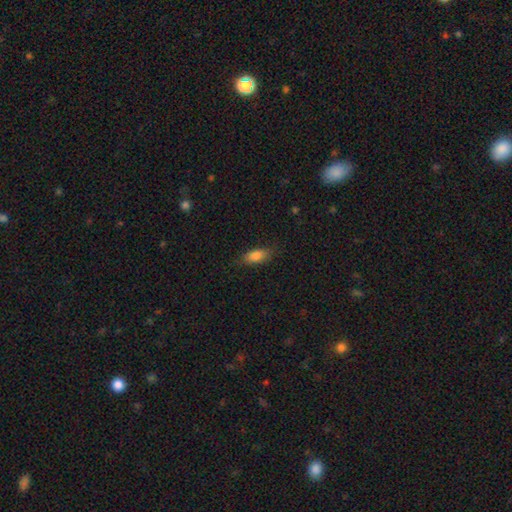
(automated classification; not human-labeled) smooth_or_featured: smooth (p=0.83) [alt: featured or disk p=0.09]
how_rounded: in between (p=0.84) [alt: cigar-shaped p=0.13]
merging: none (p=0.80) [alt: minor disturbance p=0.15]